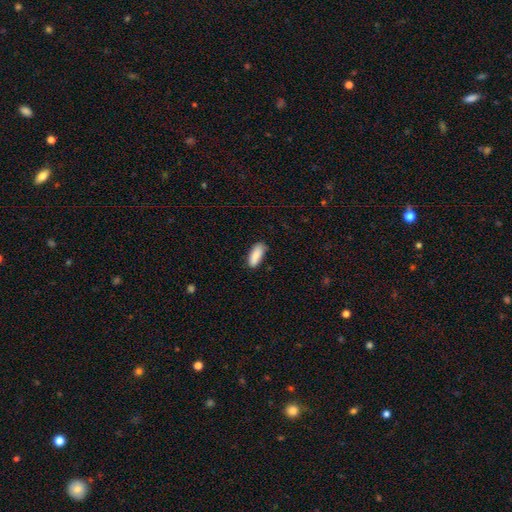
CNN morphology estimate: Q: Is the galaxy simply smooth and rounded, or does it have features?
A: smooth — 88%.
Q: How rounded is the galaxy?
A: in between — 78%.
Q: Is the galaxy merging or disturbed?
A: none — 79%.